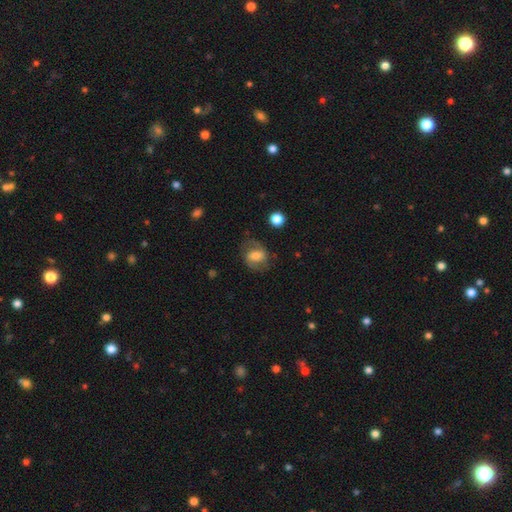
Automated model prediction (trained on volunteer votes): A featured or disk galaxy (52%). Merging: none (68%).